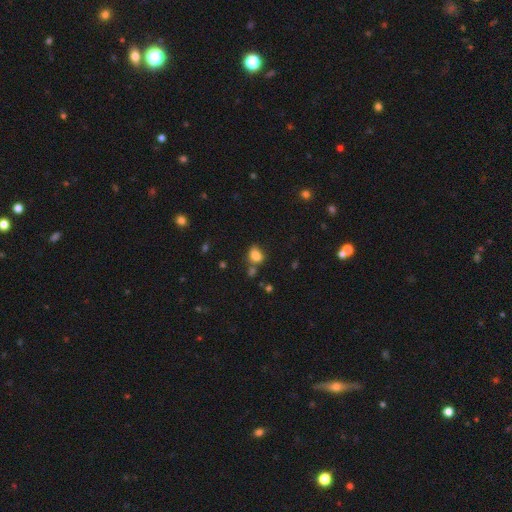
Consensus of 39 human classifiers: Volunteers were most divided on "how rounded": round: 64%, in between: 36%, cigar-shaped: 0%. More confident: smooth or featured — smooth (85%); merging — none (74%).